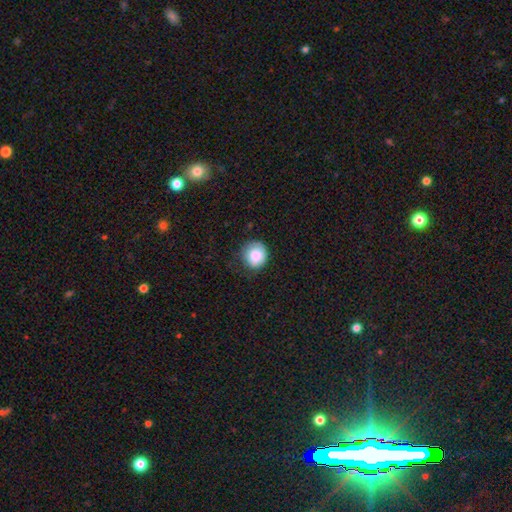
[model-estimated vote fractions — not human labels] Overall: smooth (84%). How rounded: round (89%). Merging: none (68%).